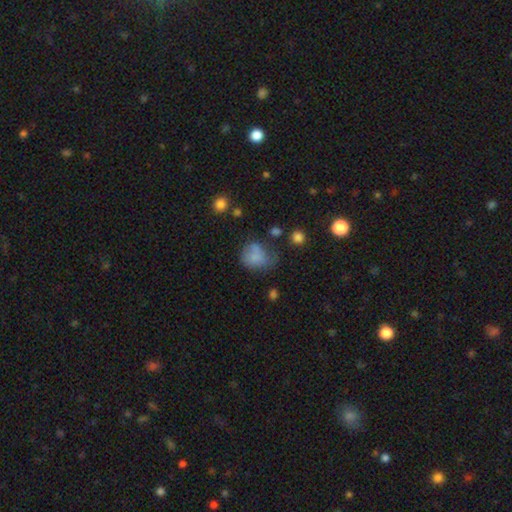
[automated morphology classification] Smooth or featured: smooth — 72% (featured or disk — 16%)
How rounded: round — 56% (in between — 43%)
Merging: none — 35% (minor disturbance — 31%)